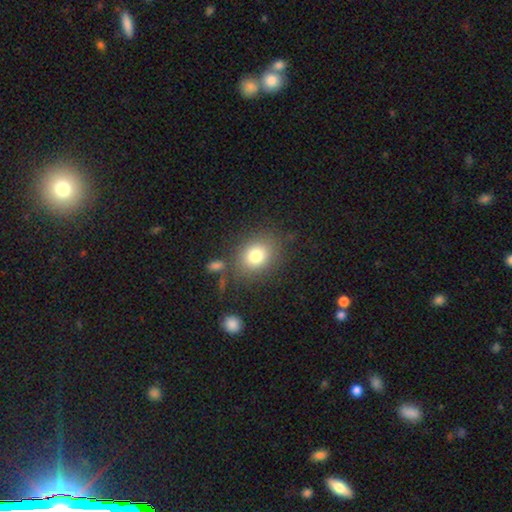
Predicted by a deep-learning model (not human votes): Morphology: type=smooth (79%); roundness=round (54%); merging=none (77%).